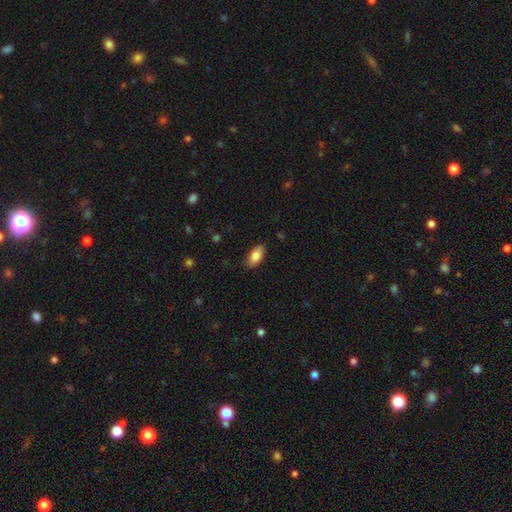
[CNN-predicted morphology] This is clearly a smooth galaxy (84%). How rounded: clearly in between (91%). Merging: clearly none (85%).